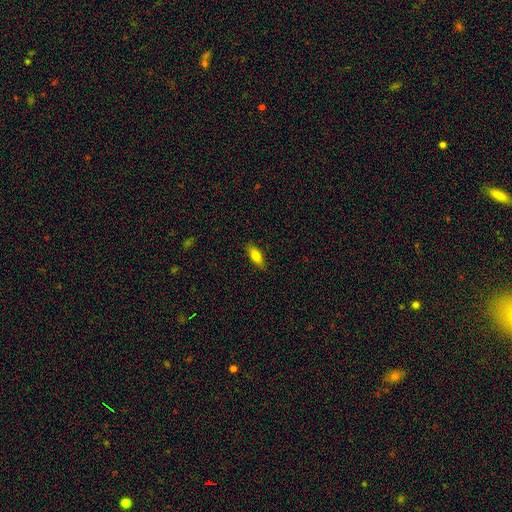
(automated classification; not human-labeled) Smooth or featured?
  - smooth: 78% *
  - featured or disk: 15%
  - star or artifact: 7%
How rounded?
  - in between: 69% *
  - cigar-shaped: 29%
  - round: 2%
Merging?
  - none: 85% *
  - minor disturbance: 12%
  - major disturbance: 2%
  - merger: 1%